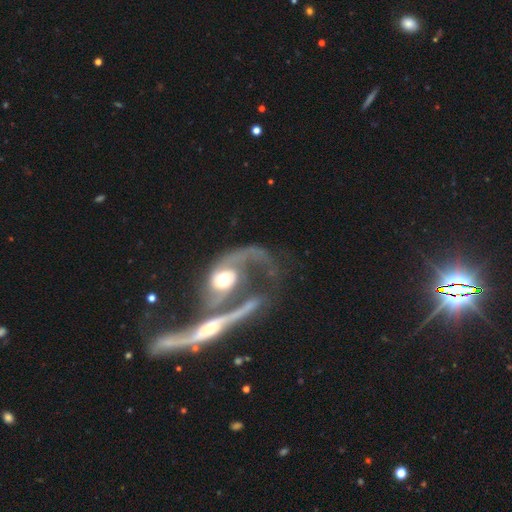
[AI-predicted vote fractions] A featured or disk galaxy (80%) with no bar (67%), spiral arms (74%) and a moderate central bulge (59%).

Vote fractions:
- Smooth or featured? featured or disk: 80% / smooth: 11% / star or artifact: 9%
- Edge-on disk? no: 81% / yes: 19%
- Bar? no: 67% / weak: 21% / strong: 12%
- Spiral arms? yes: 74% / no: 26%
- Bulge size? moderate: 59% / small: 17% / large: 16% / none: 4% / dominant: 4%
- Merging? merger: 58% / major disturbance: 17% / none: 16% / minor disturbance: 9%